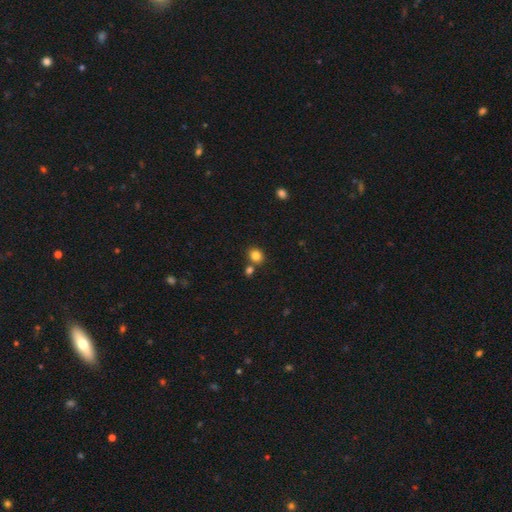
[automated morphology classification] A smooth galaxy with no disk features (83%) that is round (66%). Merging: none (71%).